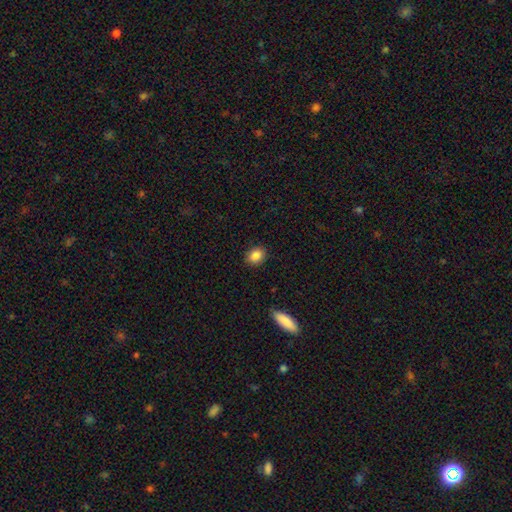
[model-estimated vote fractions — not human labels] Smooth or featured?
  - smooth: 86% *
  - star or artifact: 9%
  - featured or disk: 5%
How rounded?
  - in between: 50% *
  - round: 49%
  - cigar-shaped: 1%
Merging?
  - none: 88% *
  - minor disturbance: 9%
  - major disturbance: 2%
  - merger: 1%